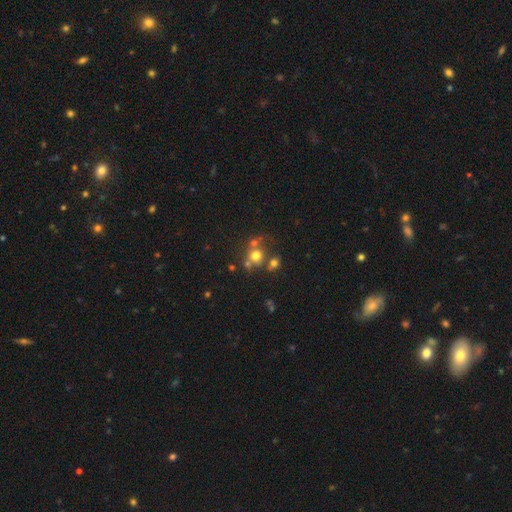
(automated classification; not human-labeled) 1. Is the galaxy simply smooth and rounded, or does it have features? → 66% smooth, 18% star or artifact, 16% featured or disk.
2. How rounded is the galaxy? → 82% round, 17% in between, 1% cigar-shaped.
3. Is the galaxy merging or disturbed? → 49% none, 33% merger, 11% minor disturbance, 7% major disturbance.